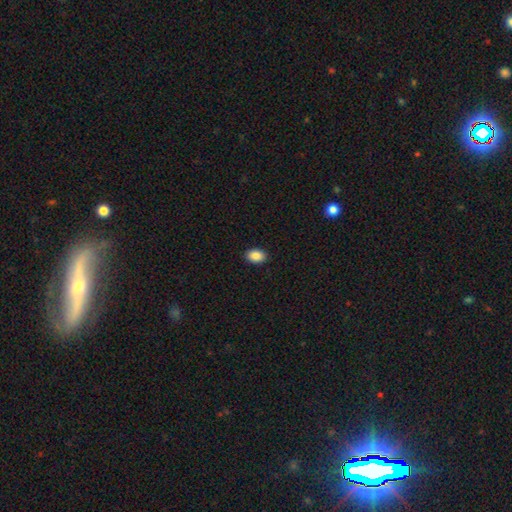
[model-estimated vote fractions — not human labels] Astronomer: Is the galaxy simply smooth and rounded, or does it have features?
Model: smooth — 89%.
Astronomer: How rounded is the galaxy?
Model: in between — 84%.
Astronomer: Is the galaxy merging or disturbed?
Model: none — 91%.